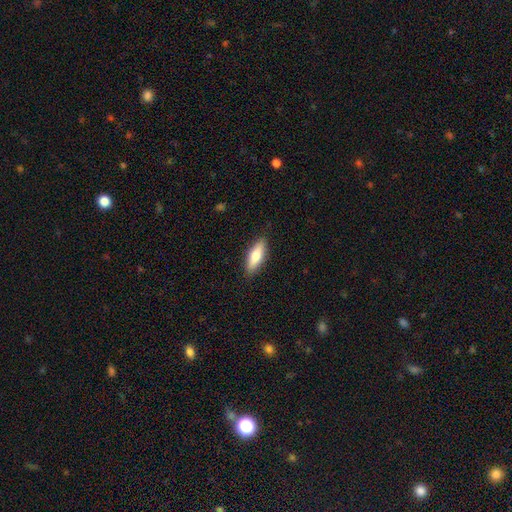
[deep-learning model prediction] Smooth or featured? Predicted: smooth (p=0.71). How rounded? Predicted: in between (p=0.57). Merging? Predicted: none (p=0.87).